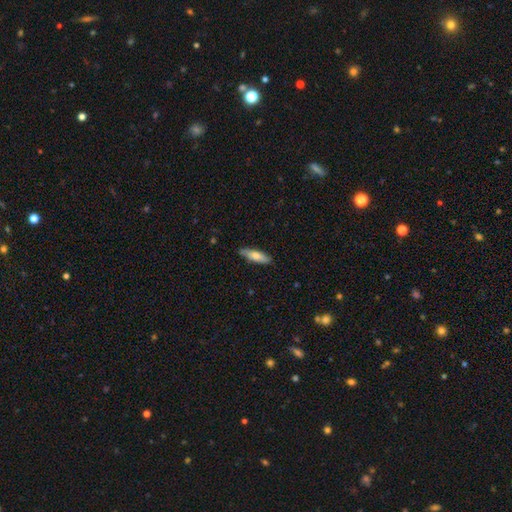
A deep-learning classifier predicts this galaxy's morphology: smooth_or_featured: smooth (p=0.66) [alt: featured or disk p=0.28]
how_rounded: cigar-shaped (p=0.53) [alt: in between p=0.45]
merging: none (p=0.85) [alt: minor disturbance p=0.12]